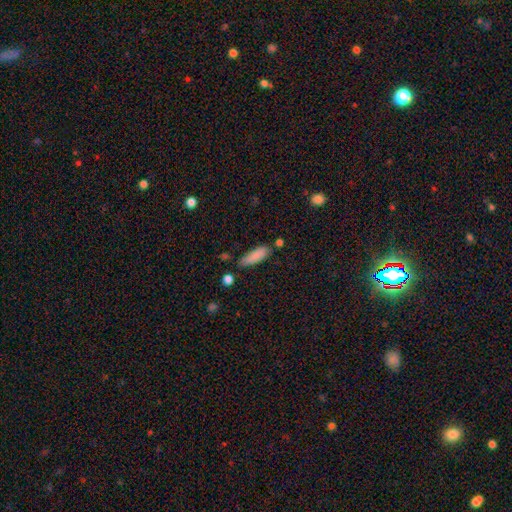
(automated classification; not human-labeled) This is clearly a smooth galaxy (86%). How rounded: possibly cigar-shaped (51%). Merging: likely none (67%).